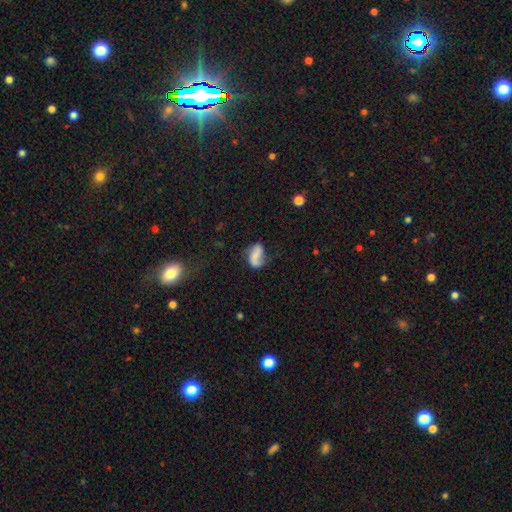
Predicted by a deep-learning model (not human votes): Smooth or featured: smooth — 54% (featured or disk — 37%)
How rounded: in between — 87% (round — 9%)
Merging: none — 45% (minor disturbance — 29%)